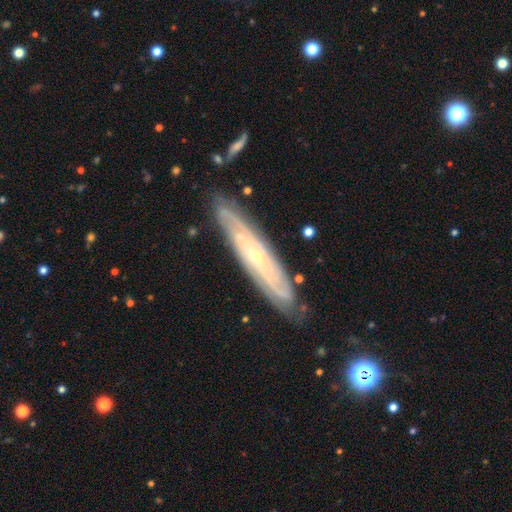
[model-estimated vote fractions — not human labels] This is likely a featured or disk galaxy (79%). It is likely not viewed edge-on (62%). Merging: clearly none (82%).